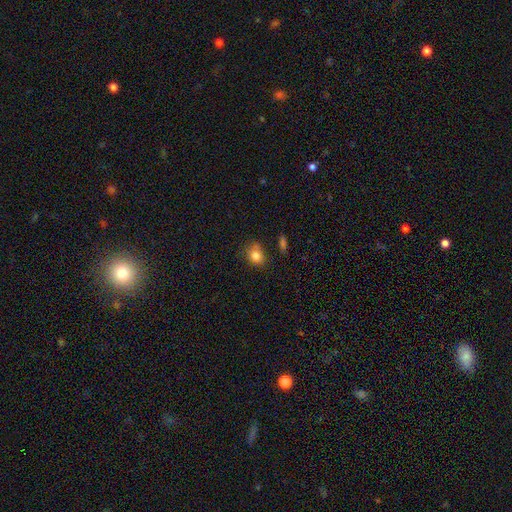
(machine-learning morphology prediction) Smooth or featured?
  - smooth: 82% *
  - star or artifact: 11%
  - featured or disk: 7%
How rounded?
  - round: 59% *
  - in between: 40%
  - cigar-shaped: 1%
Merging?
  - none: 61% *
  - minor disturbance: 24%
  - merger: 9%
  - major disturbance: 7%